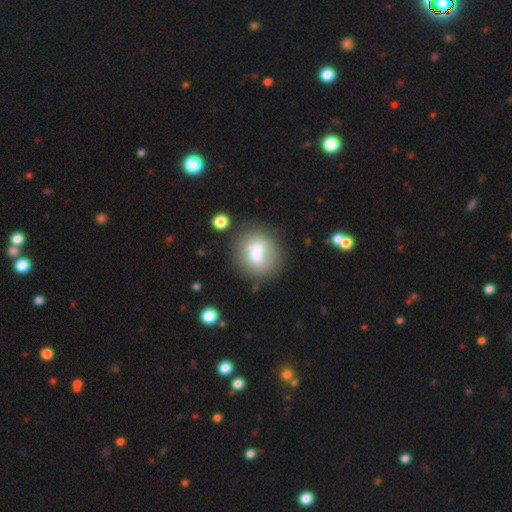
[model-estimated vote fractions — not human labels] The model was most divided on "merging": none: 62%, minor disturbance: 19%, major disturbance: 10%, merger: 9%. More confident: how rounded — round (71%); smooth or featured — smooth (67%).